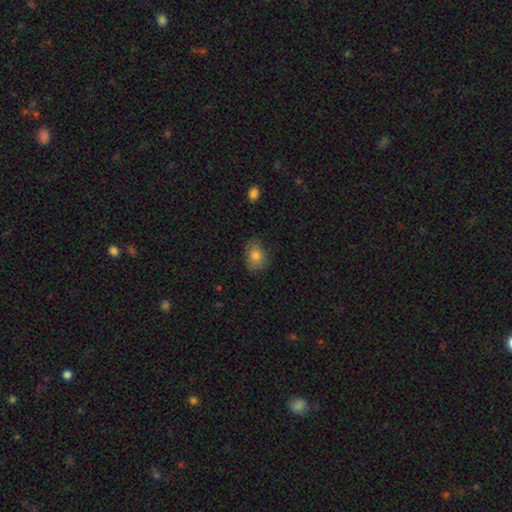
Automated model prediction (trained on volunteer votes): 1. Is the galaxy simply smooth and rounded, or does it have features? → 80% smooth, 11% featured or disk, 9% star or artifact.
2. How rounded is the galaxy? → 64% in between, 35% round, 1% cigar-shaped.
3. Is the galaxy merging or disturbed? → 67% none, 26% minor disturbance, 6% major disturbance, 1% merger.